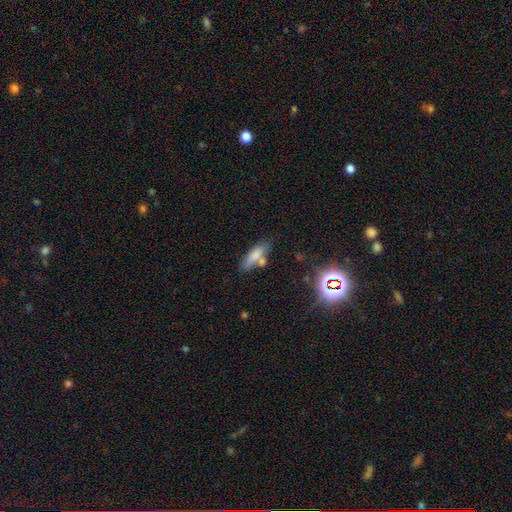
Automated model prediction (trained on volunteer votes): Overall: smooth (75%). How rounded: in between (54%; cigar-shaped 43%). Merging: none (56%; merger 20%).